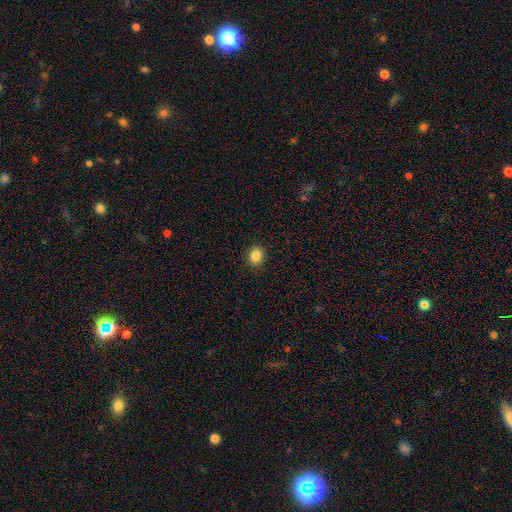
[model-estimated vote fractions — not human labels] Smooth or featured?
  - smooth: 86% *
  - star or artifact: 10%
  - featured or disk: 4%
How rounded?
  - round: 59% *
  - in between: 40%
  - cigar-shaped: 1%
Merging?
  - none: 91% *
  - minor disturbance: 6%
  - major disturbance: 2%
  - merger: 1%